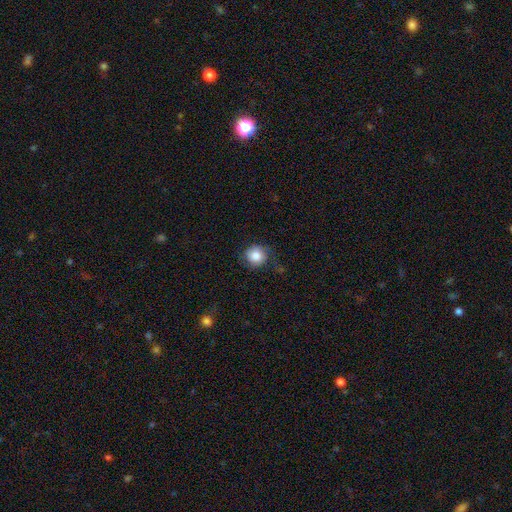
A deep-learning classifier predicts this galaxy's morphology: Smooth or featured: smooth — 81% (featured or disk — 11%)
How rounded: round — 86% (in between — 13%)
Merging: none — 66% (minor disturbance — 23%)